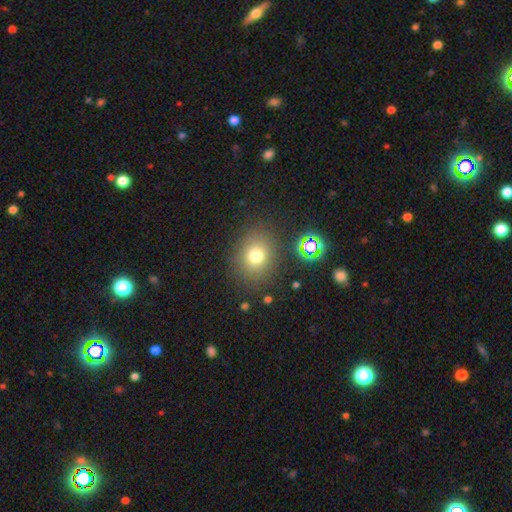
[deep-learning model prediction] smooth_or_featured: smooth (p=0.73) [alt: star or artifact p=0.17]
how_rounded: round (p=0.69) [alt: in between p=0.30]
merging: none (p=0.83) [alt: minor disturbance p=0.10]